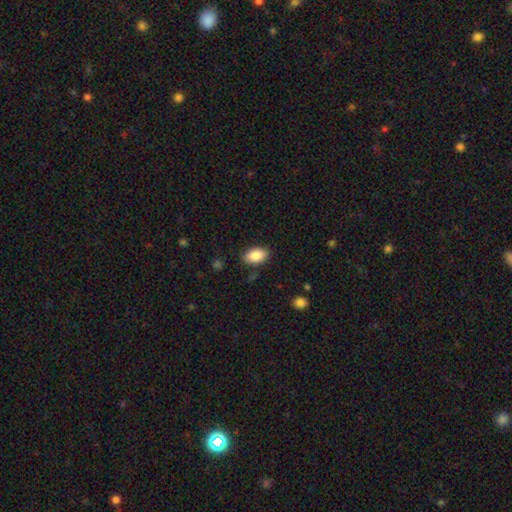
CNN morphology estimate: Smooth or featured? smooth (86%)
How rounded? in between (92%)
Merging? none (85%)